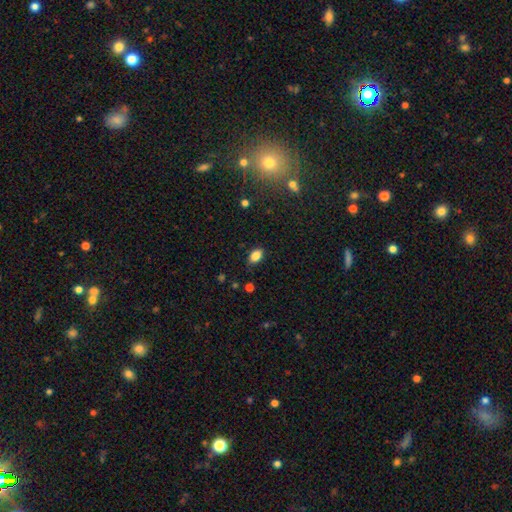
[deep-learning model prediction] This appears to be a smooth galaxy with no disk features (85%) that is in between round and cigar-shaped (88%). Merging: none (84%).